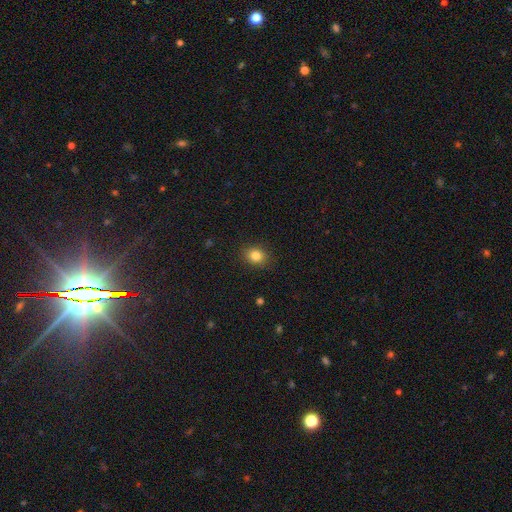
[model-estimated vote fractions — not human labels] smooth-or-featured: smooth: 84% | star or artifact: 11% | featured or disk: 6%
  how-rounded: round: 57% | in between: 42% | cigar-shaped: 1%
  merging: none: 88% | minor disturbance: 9% | major disturbance: 2% | merger: 1%